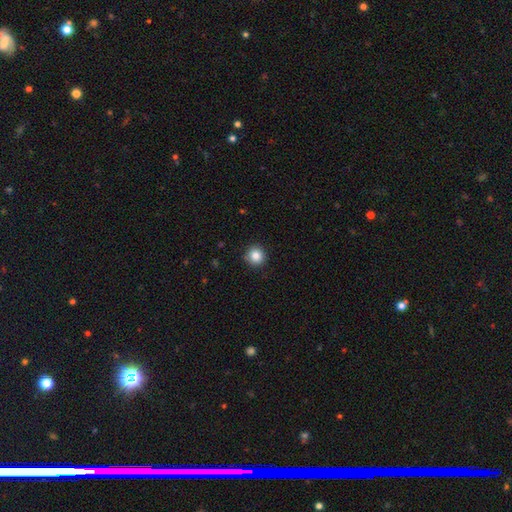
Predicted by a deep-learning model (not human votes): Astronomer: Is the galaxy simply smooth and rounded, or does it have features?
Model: smooth — 85%.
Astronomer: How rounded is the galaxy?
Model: round — 92%.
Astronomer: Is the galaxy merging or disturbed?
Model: none — 90%.